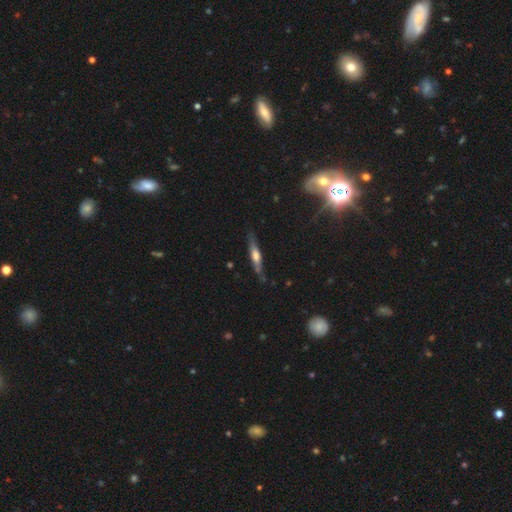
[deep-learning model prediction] featured or disk 60%, smooth 34%, star or artifact 6%. Down the decision tree: edge-on disk — yes (93%); edge-on bulge — rounded (77%); merging — none (80%).